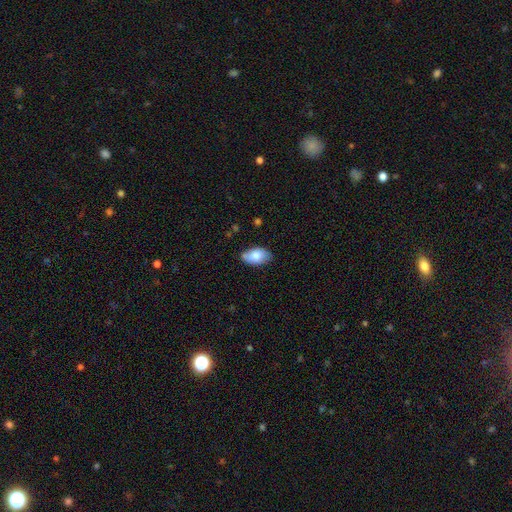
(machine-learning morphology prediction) Smooth or featured? Predicted: smooth (p=0.78). How rounded? Predicted: in between (p=0.93). Merging? Predicted: none (p=0.78).